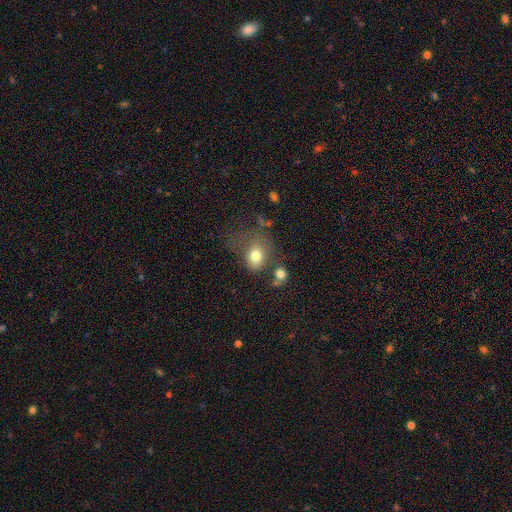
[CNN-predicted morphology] smooth-or-featured: smooth: 75% | featured or disk: 13% | star or artifact: 11%
  how-rounded: in between: 57% | round: 42% | cigar-shaped: 1%
  merging: none: 39% | major disturbance: 24% | minor disturbance: 24% | merger: 13%